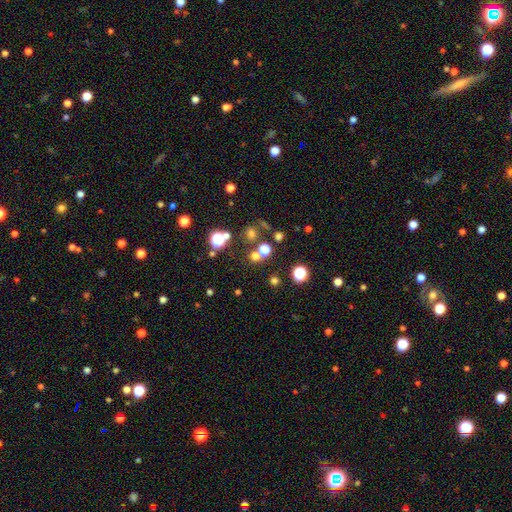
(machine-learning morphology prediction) Smooth or featured?
  - smooth: 58% *
  - star or artifact: 33%
  - featured or disk: 10%
How rounded?
  - round: 89% *
  - in between: 10%
  - cigar-shaped: 1%
Merging?
  - none: 68% *
  - merger: 21%
  - minor disturbance: 8%
  - major disturbance: 4%